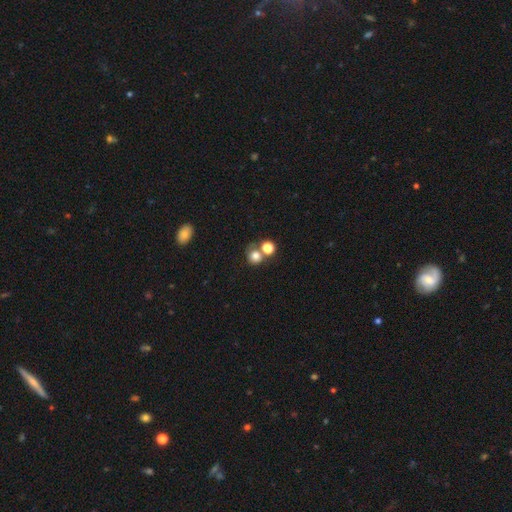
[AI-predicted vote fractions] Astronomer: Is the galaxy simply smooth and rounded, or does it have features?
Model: smooth — 77%.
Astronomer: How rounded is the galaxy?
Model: round — 83%.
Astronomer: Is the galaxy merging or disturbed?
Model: none — 46% (runner-up: merger, 38%).